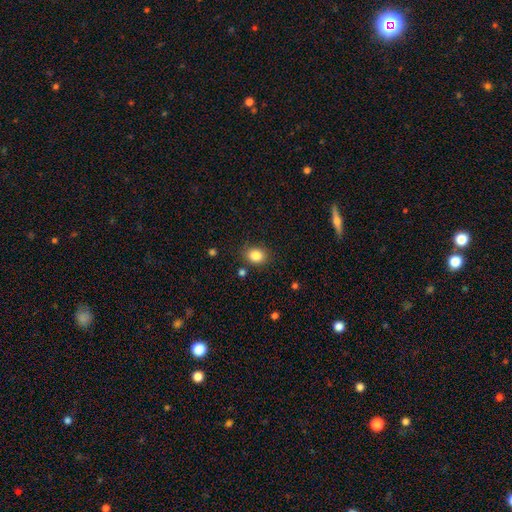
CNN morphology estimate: Overall: smooth (84%). How rounded: round (53%; in between 47%). Merging: none (82%).